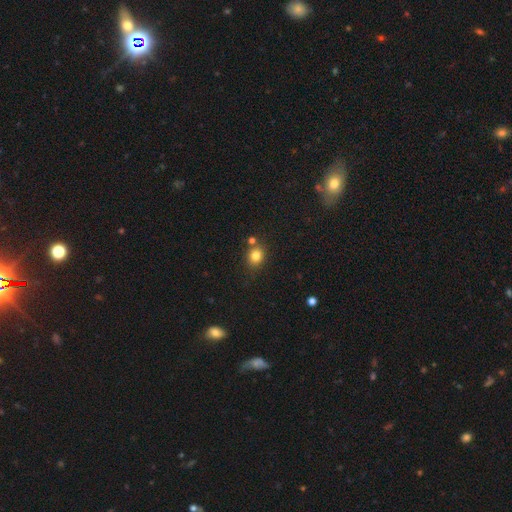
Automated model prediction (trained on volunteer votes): Smooth or featured?
  - smooth: 82% *
  - star or artifact: 12%
  - featured or disk: 7%
How rounded?
  - round: 71% *
  - in between: 28%
  - cigar-shaped: 1%
Merging?
  - none: 71% *
  - merger: 13%
  - minor disturbance: 12%
  - major disturbance: 3%